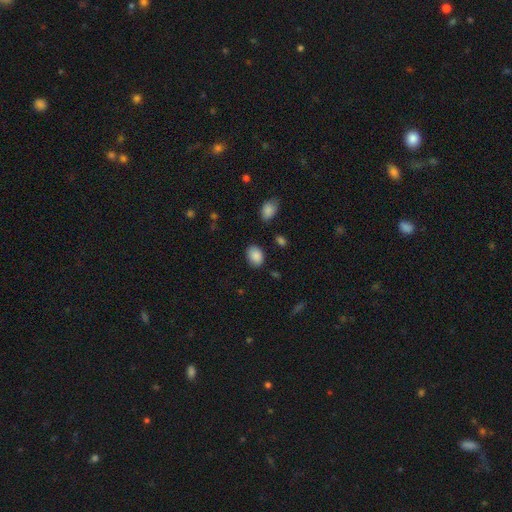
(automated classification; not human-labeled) Smooth or featured? Predicted: smooth (p=0.88). How rounded? Predicted: in between (p=0.75). Merging? Predicted: none (p=0.83).